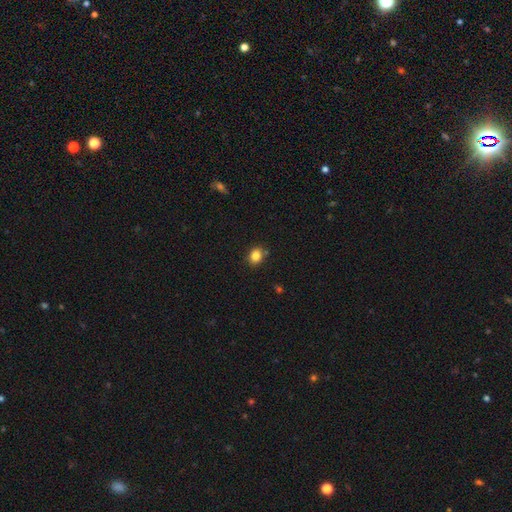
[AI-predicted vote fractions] smooth-or-featured: smooth: 84% | star or artifact: 11% | featured or disk: 5%
  how-rounded: round: 50% | in between: 49% | cigar-shaped: 1%
  merging: none: 83% | minor disturbance: 11% | merger: 3% | major disturbance: 2%